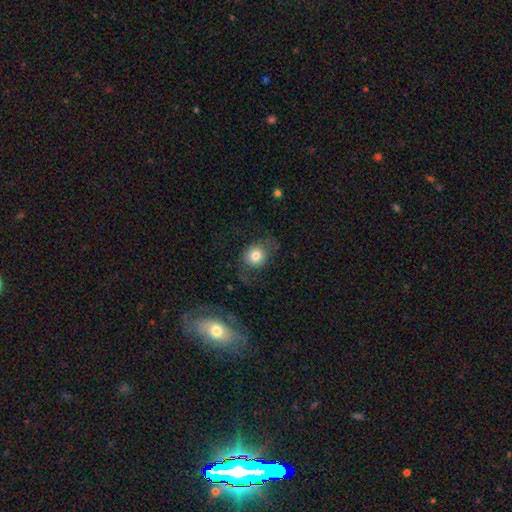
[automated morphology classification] Smooth or featured? Predicted: smooth (p=0.77). How rounded? Predicted: round (p=0.70). Merging? Predicted: none (p=0.58).